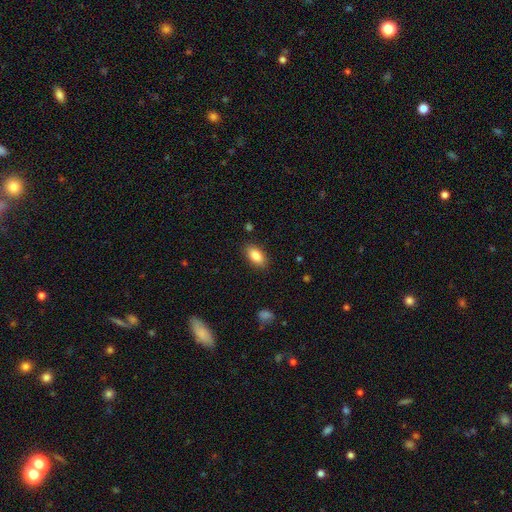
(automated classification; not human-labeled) Smooth or featured? smooth (85%)
How rounded? in between (90%)
Merging? none (86%)